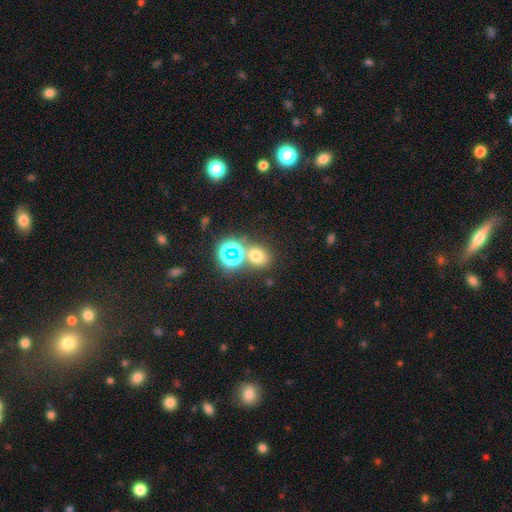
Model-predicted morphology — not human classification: smooth 61%, star or artifact 31%, featured or disk 9%. Down the decision tree: how rounded — round (64%); merging — none (67%).